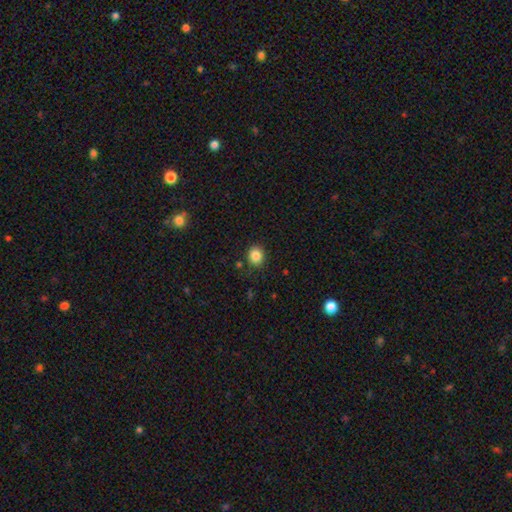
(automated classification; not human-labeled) Q: Smooth or featured?
A: smooth (85%); runner-up: star or artifact (10%)
Q: How rounded?
A: round (77%); runner-up: in between (22%)
Q: Merging?
A: none (86%); runner-up: minor disturbance (9%)